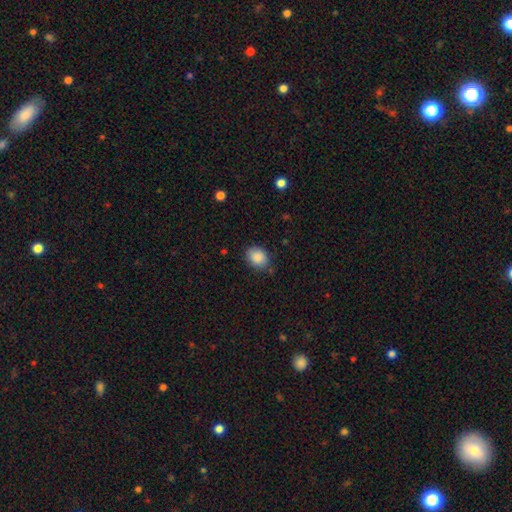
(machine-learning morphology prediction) A smooth galaxy with no disk features (87%) that is round (57%). Merging: none (79%).